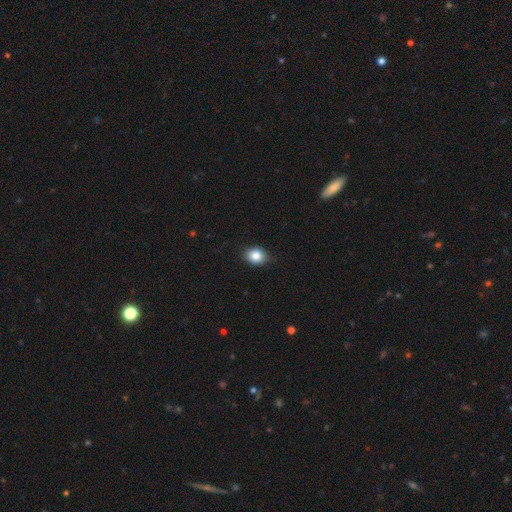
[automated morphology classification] This appears to be a smooth galaxy with no disk features (86%) that is round (52%). Merging: none (85%).